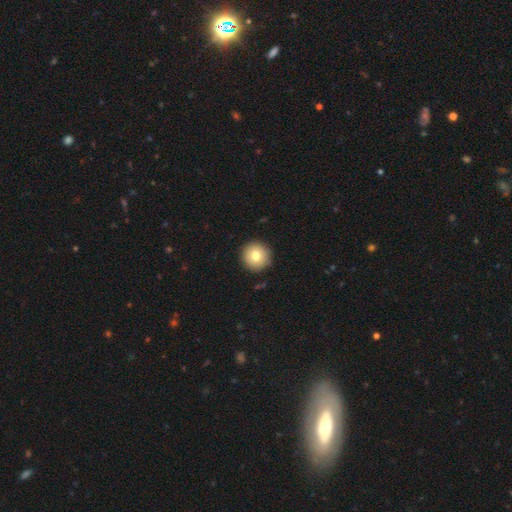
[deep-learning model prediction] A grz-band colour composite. It shows a smooth galaxy with no disk features (78%) that is round (95%). Merging: none (91%).